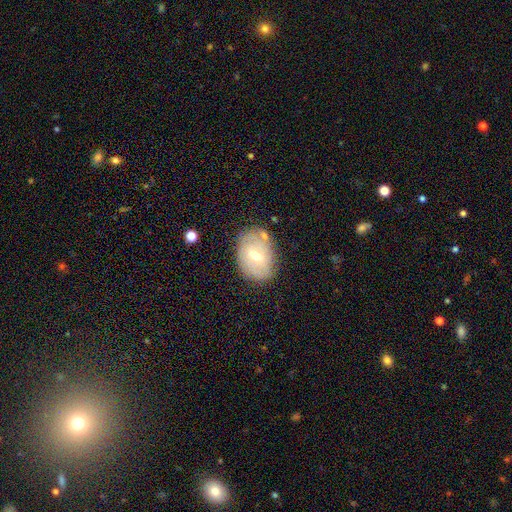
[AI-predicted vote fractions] Smooth or featured: featured or disk — 56% (smooth — 37%)
Edge-on disk: no — 94% (yes — 6%)
Bar: weak — 59% (strong — 22%)
Spiral arms: yes — 56% (no — 44%)
Bulge size: moderate — 54% (small — 42%)
Merging: none — 72% (minor disturbance — 19%)